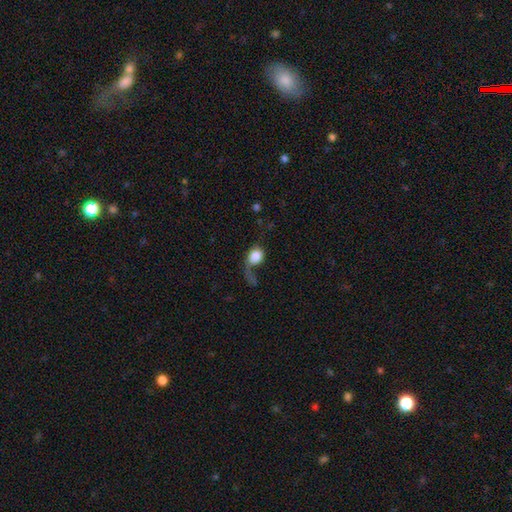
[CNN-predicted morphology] type=smooth (74%); roundness=round (57%); merging=major disturbance (53%).